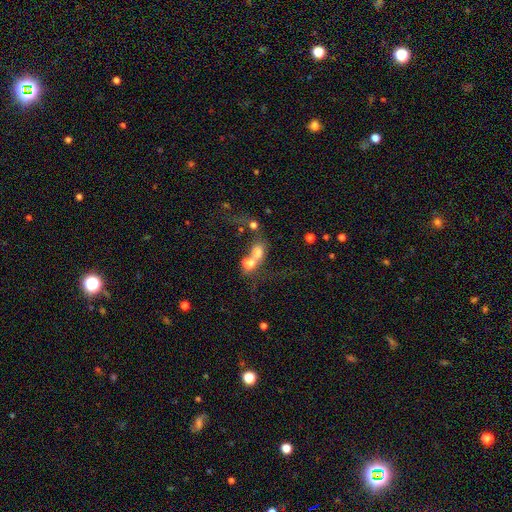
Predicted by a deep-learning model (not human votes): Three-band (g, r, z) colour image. It shows a smooth galaxy with no disk features (60%) that is round (53%). Merging: merger (70%).